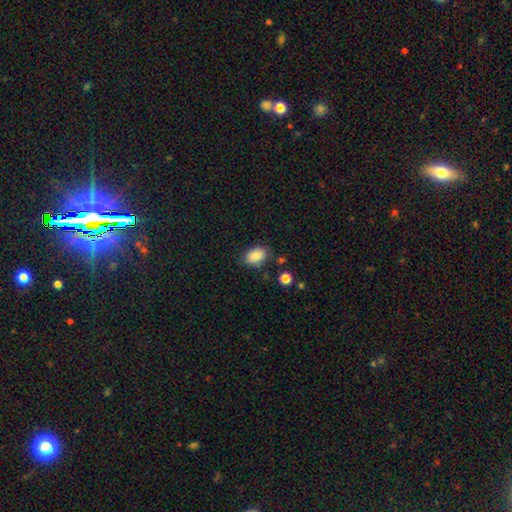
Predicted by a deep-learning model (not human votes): A smooth galaxy with no disk features (85%) that is in between round and cigar-shaped (83%).

Vote fractions:
- Smooth or featured? smooth: 85% / star or artifact: 8% / featured or disk: 7%
- How rounded? in between: 83% / round: 15% / cigar-shaped: 1%
- Merging? none: 78% / minor disturbance: 15% / major disturbance: 4% / merger: 3%